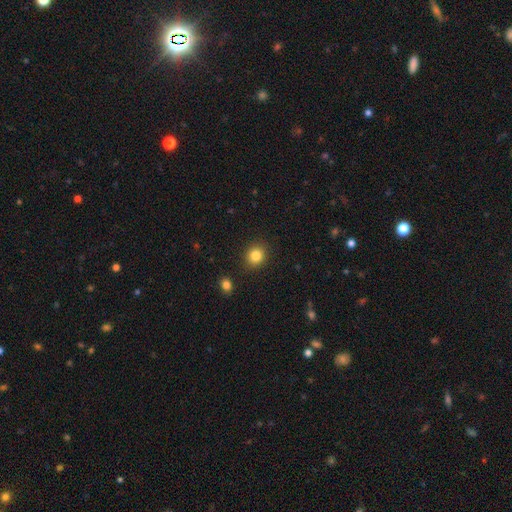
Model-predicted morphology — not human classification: Q: Smooth or featured?
A: smooth (84%); runner-up: star or artifact (11%)
Q: How rounded?
A: round (78%); runner-up: in between (21%)
Q: Merging?
A: none (89%); runner-up: minor disturbance (7%)